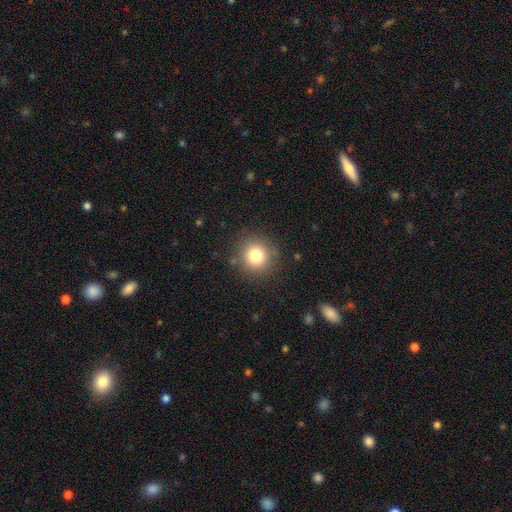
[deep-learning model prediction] This appears to be a smooth galaxy with no disk features (80%) that is round (92%). Merging: none (87%).